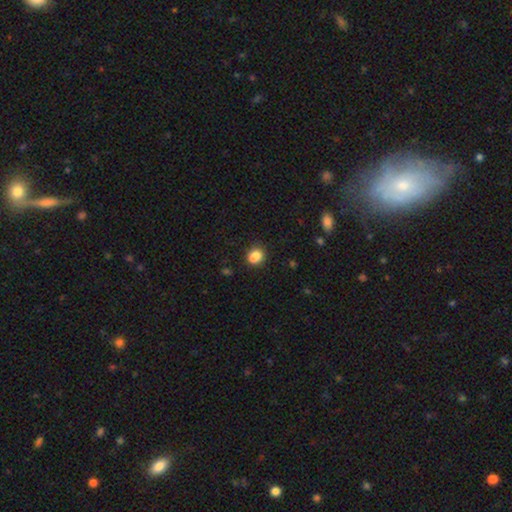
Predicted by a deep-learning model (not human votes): A smooth galaxy with no disk features (86%) that is round (55%). Merging: none (80%).